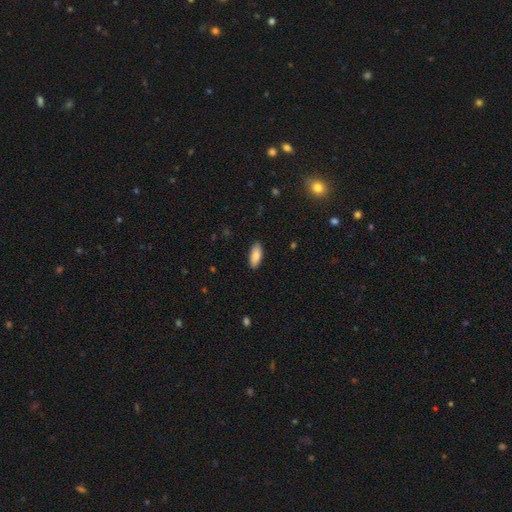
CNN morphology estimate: A smooth galaxy with no disk features (84%) that is in between round and cigar-shaped (84%). Merging: none (89%).